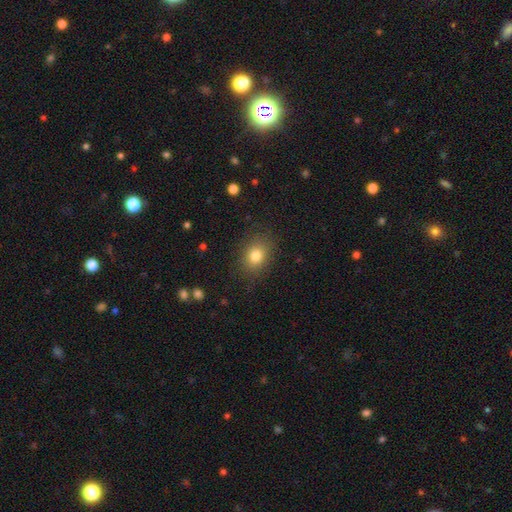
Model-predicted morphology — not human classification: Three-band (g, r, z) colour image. It shows a smooth galaxy with no disk features (80%) that is in between round and cigar-shaped (54%). Merging: none (84%).